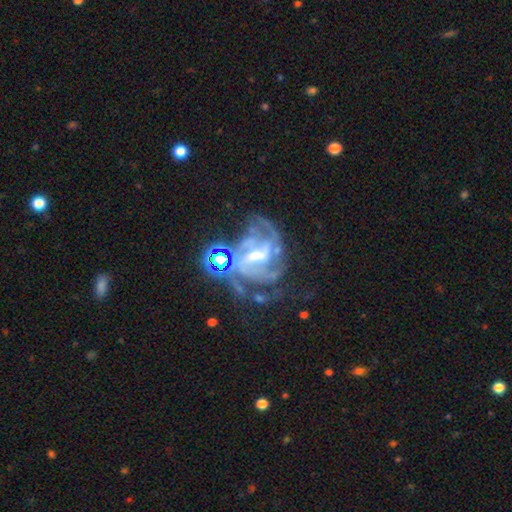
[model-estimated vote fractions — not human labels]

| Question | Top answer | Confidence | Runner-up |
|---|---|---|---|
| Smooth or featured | featured or disk | 87% | star or artifact (8%) |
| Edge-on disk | no | 98% | yes (2%) |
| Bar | weak | 47% | strong (34%) |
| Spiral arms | yes | 95% | no (5%) |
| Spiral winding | medium | 48% | tight (38%) |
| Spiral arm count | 2 | 29% | 3 (28%) |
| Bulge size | small | 47% | moderate (44%) |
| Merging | none | 45% | major disturbance (25%) |